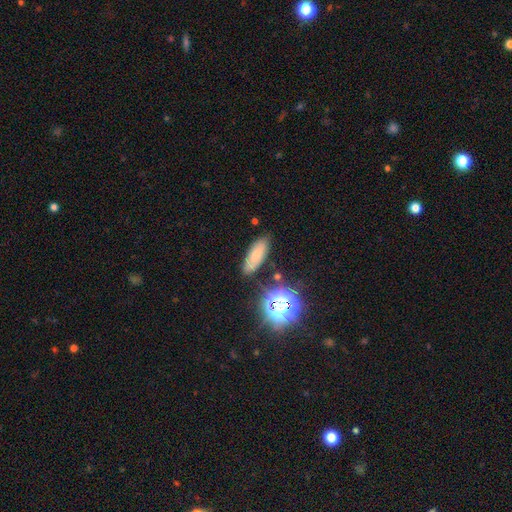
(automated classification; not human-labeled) Smooth or featured? Predicted: smooth (p=0.63). How rounded? Predicted: in between (p=0.68). Merging? Predicted: none (p=0.78).